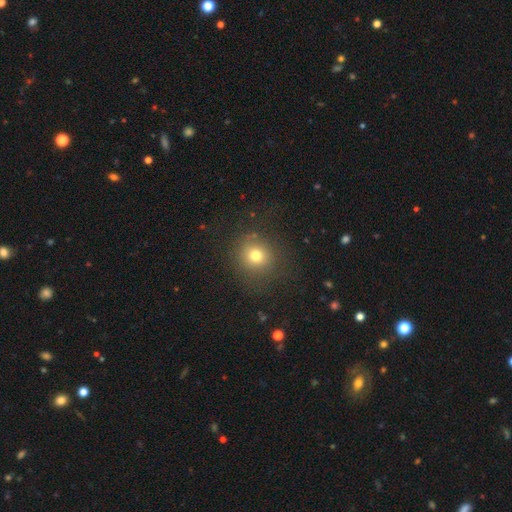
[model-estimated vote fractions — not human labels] This is likely a smooth galaxy (75%). How rounded: clearly round (88%). Merging: clearly none (83%).